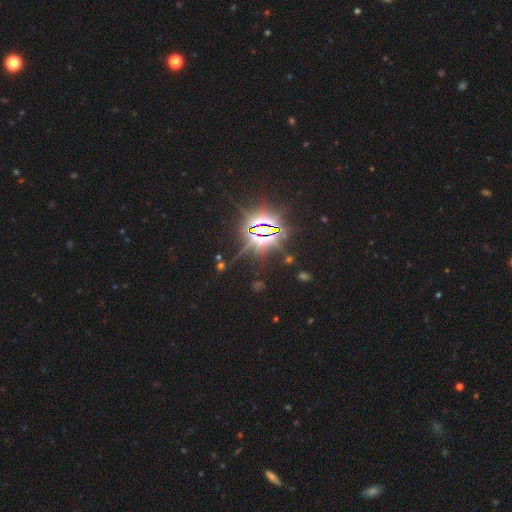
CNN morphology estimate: smooth-or-featured: star or artifact: 86% | featured or disk: 7% | smooth: 7%